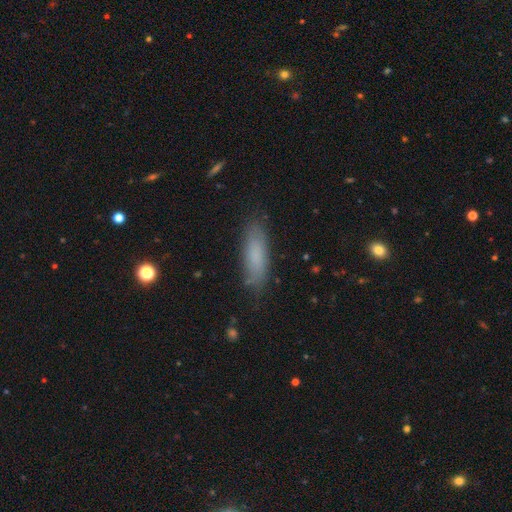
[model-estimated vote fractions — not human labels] The model was most divided on "how rounded": in between: 50%, cigar-shaped: 48%, round: 2%. More confident: merging — none (79%); smooth or featured — smooth (75%).